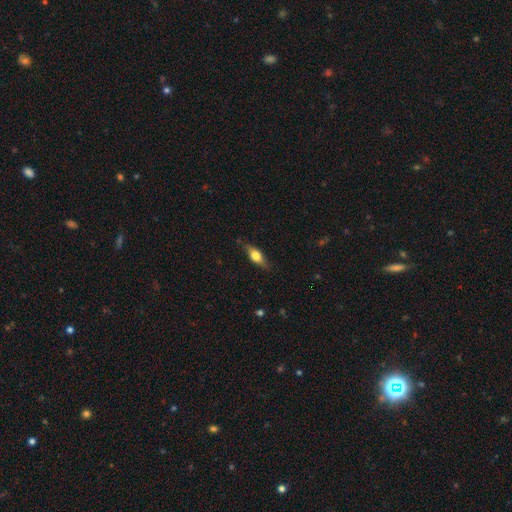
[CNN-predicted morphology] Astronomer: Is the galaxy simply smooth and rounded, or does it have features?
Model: smooth — 55% (runner-up: featured or disk, 38%).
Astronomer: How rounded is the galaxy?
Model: in between — 67%.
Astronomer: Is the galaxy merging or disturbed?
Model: none — 78%.